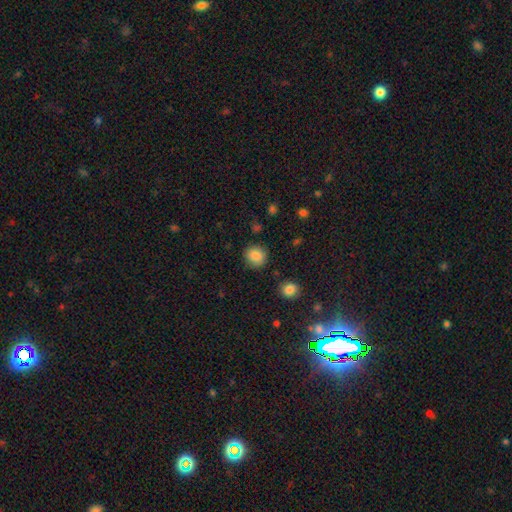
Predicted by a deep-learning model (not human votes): Smooth or featured? smooth (86%)
How rounded? round (90%)
Merging? none (88%)